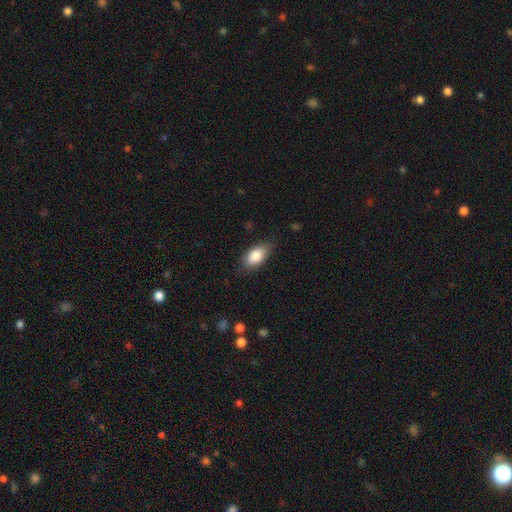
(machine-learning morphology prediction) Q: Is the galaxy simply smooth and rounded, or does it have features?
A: smooth — 83%.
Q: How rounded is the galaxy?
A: in between — 91%.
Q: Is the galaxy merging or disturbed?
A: none — 76%.